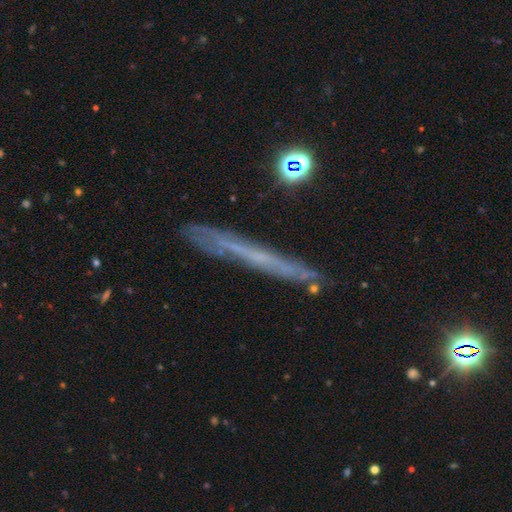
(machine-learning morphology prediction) Smooth or featured? featured or disk (55%)
Edge-on disk? yes (87%)
Merging? none (79%)